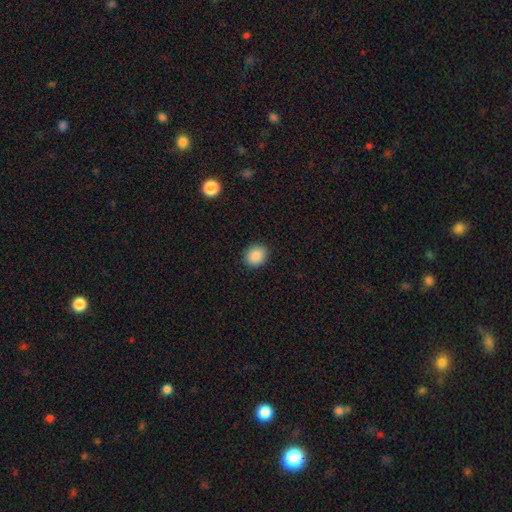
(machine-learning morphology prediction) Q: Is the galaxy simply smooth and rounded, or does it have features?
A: smooth — 88%.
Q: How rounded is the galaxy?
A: round — 69%.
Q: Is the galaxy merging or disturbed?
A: none — 90%.